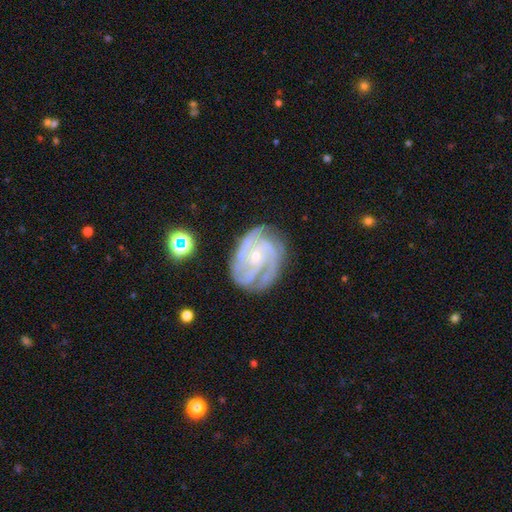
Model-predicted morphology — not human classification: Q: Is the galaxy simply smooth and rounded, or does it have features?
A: featured or disk — 90%.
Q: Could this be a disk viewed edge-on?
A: no — 98%.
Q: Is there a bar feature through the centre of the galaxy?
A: no — 65%.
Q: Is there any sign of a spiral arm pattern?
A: yes — 98%.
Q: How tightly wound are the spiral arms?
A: tight — 60%.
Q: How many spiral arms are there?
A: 3 — 41%.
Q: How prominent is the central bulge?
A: small — 80%.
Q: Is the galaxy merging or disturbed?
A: none — 72%.